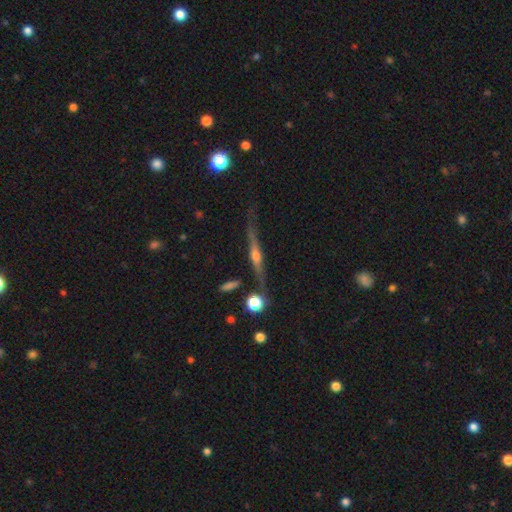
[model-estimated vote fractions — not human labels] The model was most divided on "merging": none: 75%, minor disturbance: 16%, major disturbance: 5%, merger: 5%. More confident: edge-on disk — yes (96%); edge-on bulge — rounded (88%); smooth or featured — featured or disk (77%).